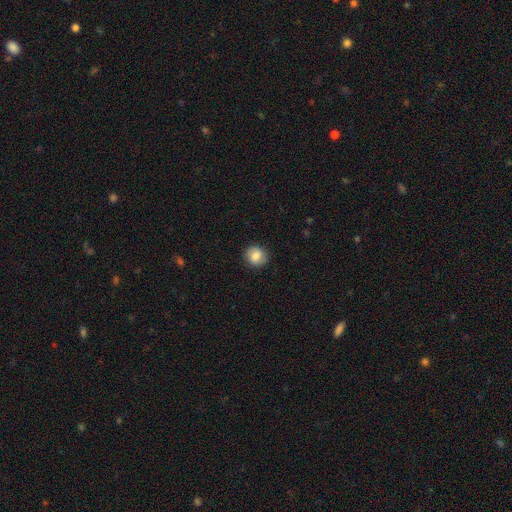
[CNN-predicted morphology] Smooth or featured: smooth — 81% (featured or disk — 10%)
How rounded: round — 81% (in between — 18%)
Merging: none — 87% (minor disturbance — 9%)